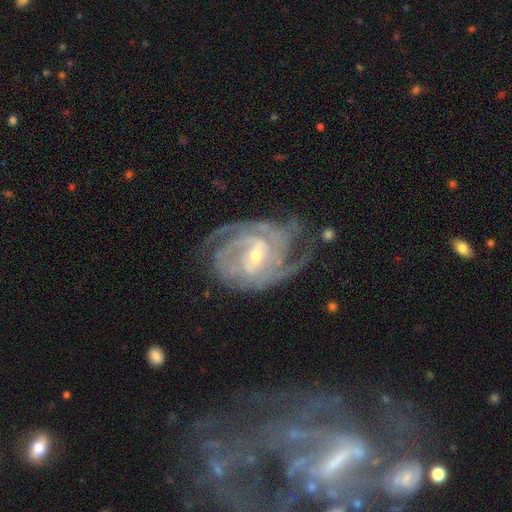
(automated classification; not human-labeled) smooth_or_featured: featured or disk (p=0.90) [alt: star or artifact p=0.05]
disk_edge_on: no (p=0.97) [alt: yes p=0.03]
bar: weak (p=0.49) [alt: strong p=0.26]
has_spiral_arms: yes (p=0.97) [alt: no p=0.03]
spiral_winding: tight (p=0.63) [alt: medium p=0.31]
spiral_arm_count: 3 (p=0.25) [alt: 2 p=0.23]
bulge_size: small (p=0.61) [alt: moderate p=0.36]
merging: none (p=0.62) [alt: minor disturbance p=0.20]